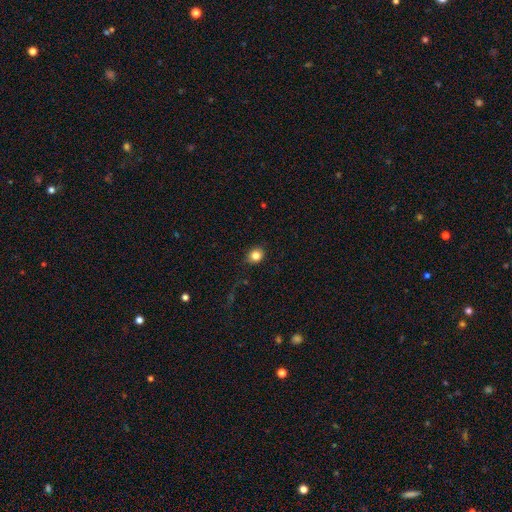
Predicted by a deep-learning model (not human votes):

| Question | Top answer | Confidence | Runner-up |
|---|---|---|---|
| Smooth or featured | smooth | 83% | star or artifact (11%) |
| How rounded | round | 73% | in between (26%) |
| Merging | none | 87% | minor disturbance (9%) |